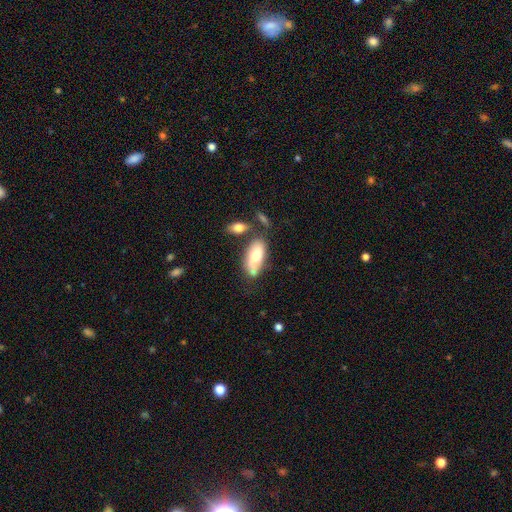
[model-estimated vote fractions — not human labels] Smooth or featured? smooth (68%)
How rounded? in between (87%)
Merging? none (51%)